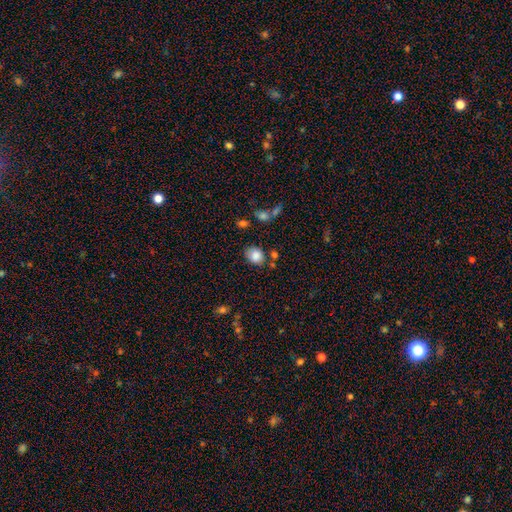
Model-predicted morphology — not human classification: A smooth galaxy with no disk features (85%) that is round (51%).

Vote fractions:
- Smooth or featured? smooth: 85% / star or artifact: 9% / featured or disk: 6%
- How rounded? round: 51% / in between: 48% / cigar-shaped: 1%
- Merging? none: 74% / minor disturbance: 16% / merger: 6% / major disturbance: 4%